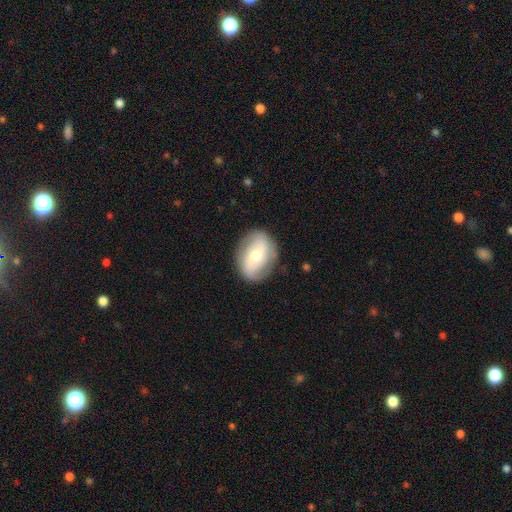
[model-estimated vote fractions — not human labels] This is likely a featured or disk galaxy (61%). It is clearly not viewed edge-on (95%). Bar: marginally no (41%). Spiral arm pattern: likely yes (75%). Central bulge: possibly moderate (55%). Merging: clearly none (82%).